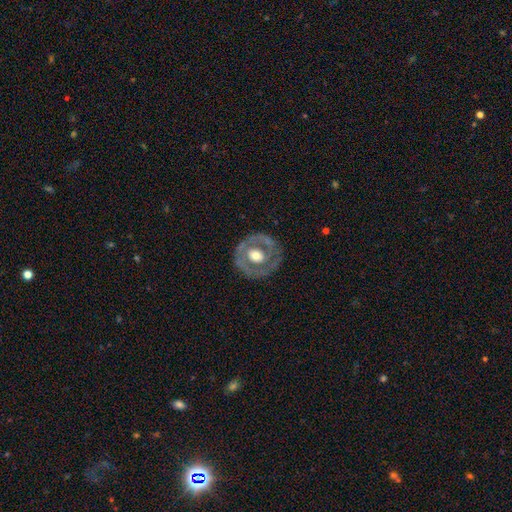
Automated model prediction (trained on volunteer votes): Morphology: type=featured or disk (62%); edge-on=no (96%); bar=no (78%); spiral arms=no (76%); bulge=moderate (64%); merging=none (75%).